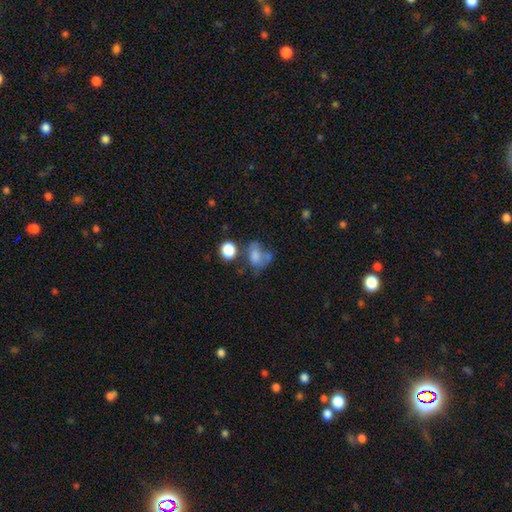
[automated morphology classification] Smooth or featured? Predicted: smooth (p=0.68). How rounded? Predicted: in between (p=0.66). Merging? Predicted: none (p=0.30).